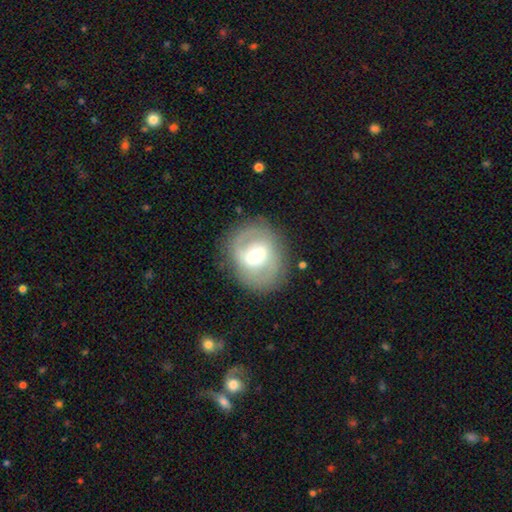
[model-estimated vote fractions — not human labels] Smooth or featured? featured or disk (65%)
Edge-on disk? no (96%)
Bar? weak (47%)
Spiral arms? yes (70%)
Bulge size? moderate (65%)
Merging? none (78%)